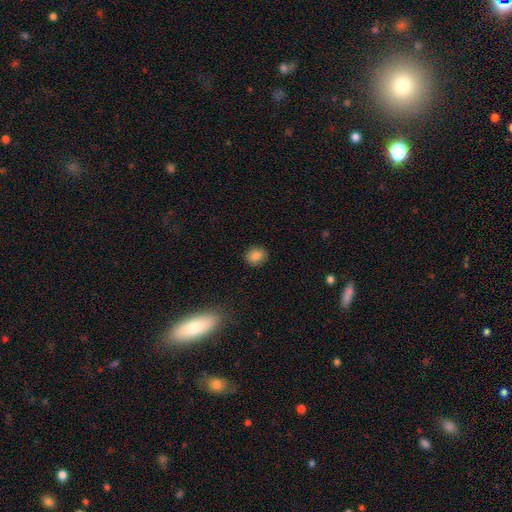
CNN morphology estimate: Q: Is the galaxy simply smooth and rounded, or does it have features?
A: smooth — 84%.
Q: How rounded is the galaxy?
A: round — 67%.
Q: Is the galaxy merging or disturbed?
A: none — 89%.